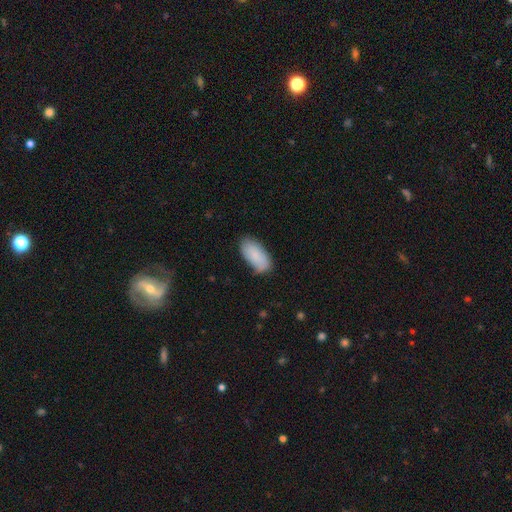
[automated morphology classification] The model was most divided on "merging": none: 75%, minor disturbance: 20%, major disturbance: 4%, merger: 2%. More confident: how rounded — in between (92%); smooth or featured — smooth (86%).